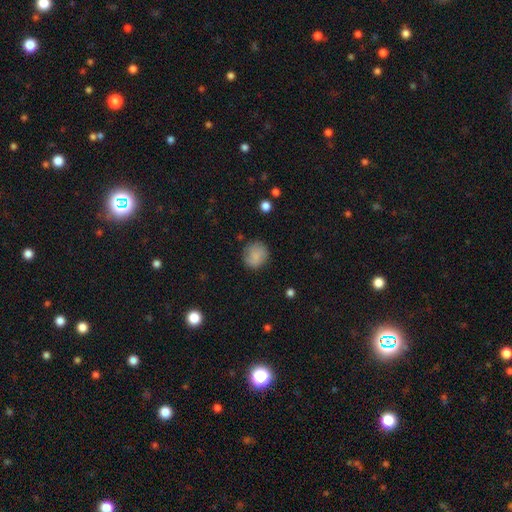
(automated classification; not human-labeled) Morphology: type=smooth (83%); roundness=round (85%); merging=none (80%).